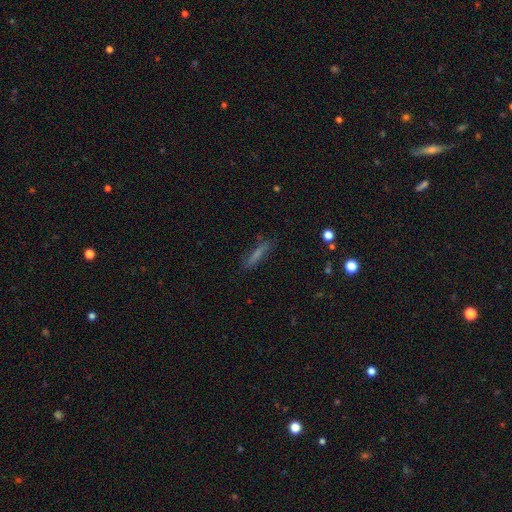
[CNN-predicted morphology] smooth 55%, featured or disk 30%, star or artifact 15%. Down the decision tree: how rounded — cigar-shaped (86%); merging — none (81%).